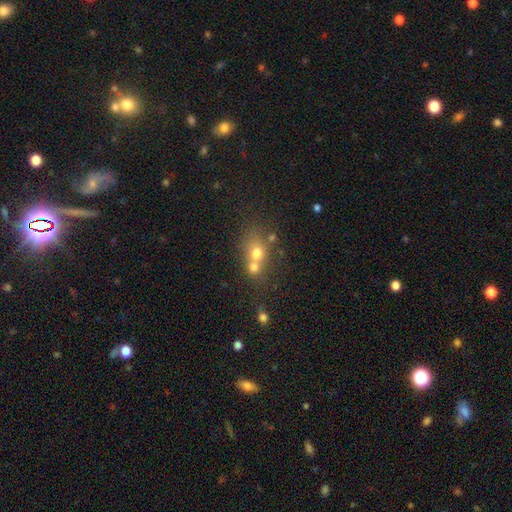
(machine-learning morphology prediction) smooth_or_featured: smooth (p=0.67) [alt: featured or disk p=0.19]
how_rounded: round (p=0.63) [alt: in between p=0.35]
merging: merger (p=0.57) [alt: none p=0.31]